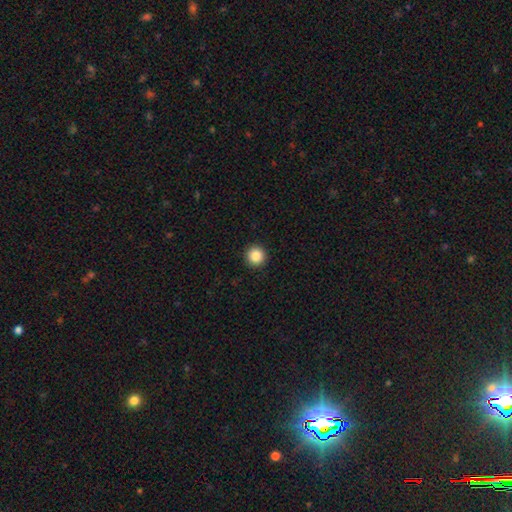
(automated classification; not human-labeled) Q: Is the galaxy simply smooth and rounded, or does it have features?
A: smooth — 87%.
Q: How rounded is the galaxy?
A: round — 96%.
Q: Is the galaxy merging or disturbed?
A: none — 93%.